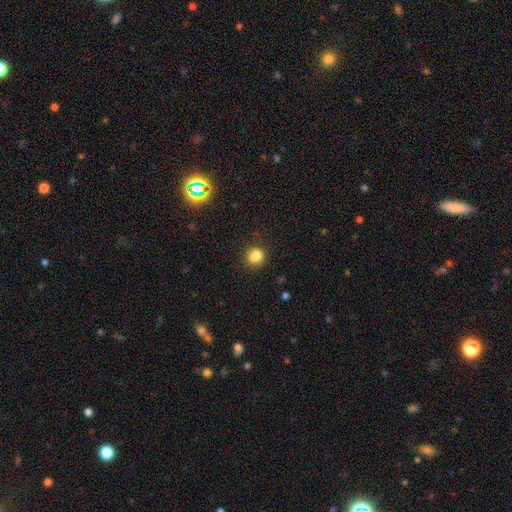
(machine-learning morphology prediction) type=smooth (80%); roundness=round (74%); merging=none (65%).